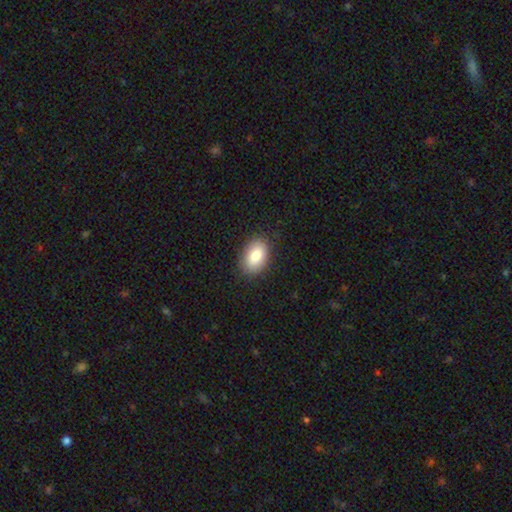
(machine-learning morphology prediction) Smooth or featured? smooth (85%)
How rounded? in between (90%)
Merging? none (86%)